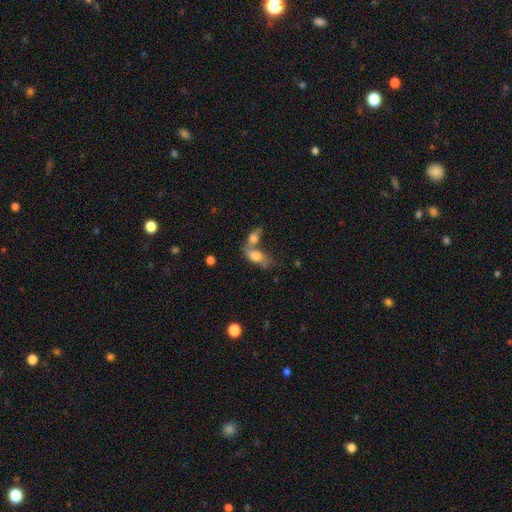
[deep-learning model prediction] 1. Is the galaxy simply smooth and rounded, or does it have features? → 69% smooth, 22% featured or disk, 9% star or artifact.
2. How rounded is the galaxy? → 83% in between, 9% cigar-shaped, 8% round.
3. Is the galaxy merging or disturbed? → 59% merger, 21% none, 10% minor disturbance, 9% major disturbance.